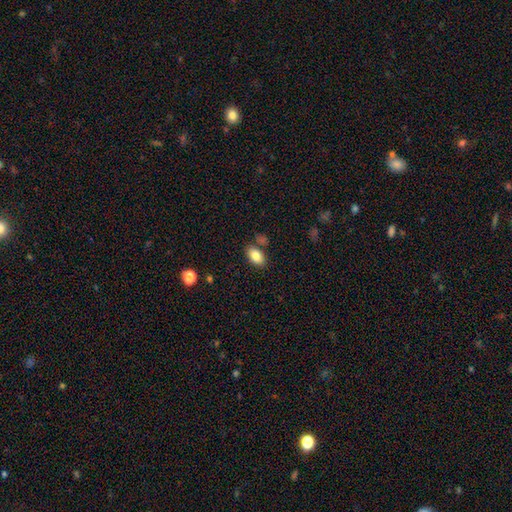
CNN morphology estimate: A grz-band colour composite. It shows a smooth galaxy with no disk features (83%) that is in between round and cigar-shaped (91%). Merging: none (78%).